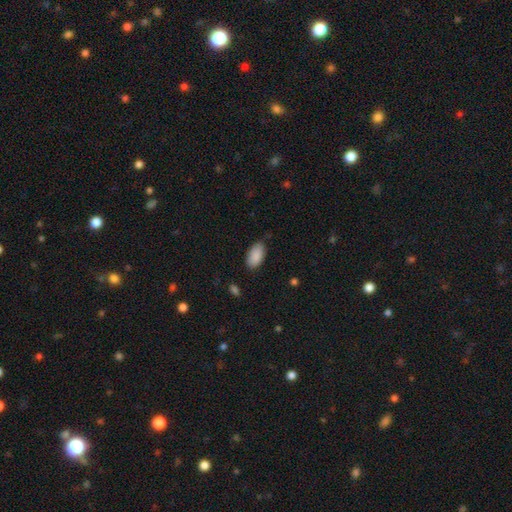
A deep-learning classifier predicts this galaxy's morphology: This appears to be a smooth galaxy with no disk features (90%) that is in between round and cigar-shaped (95%). Merging: none (81%).